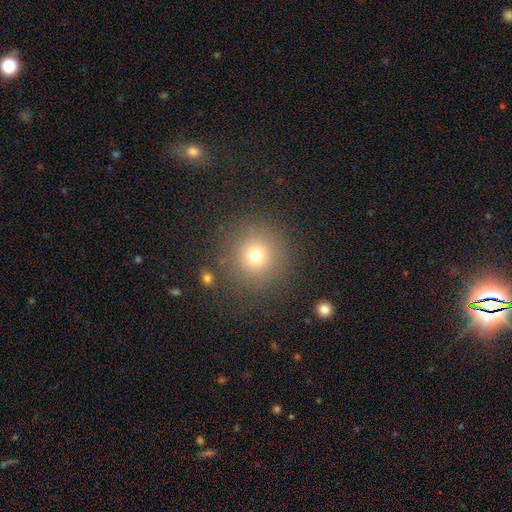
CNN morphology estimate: Smooth or featured: smooth — 73% (star or artifact — 17%)
How rounded: round — 95% (in between — 4%)
Merging: none — 87% (minor disturbance — 7%)